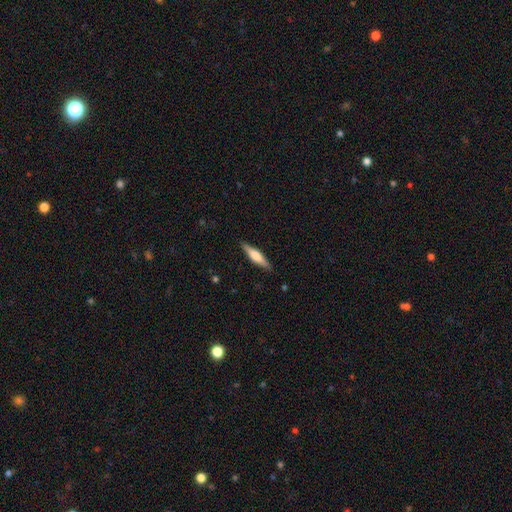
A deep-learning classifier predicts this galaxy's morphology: Smooth or featured? Predicted: smooth (p=0.50). How rounded? Predicted: cigar-shaped (p=0.77). Merging? Predicted: none (p=0.89).